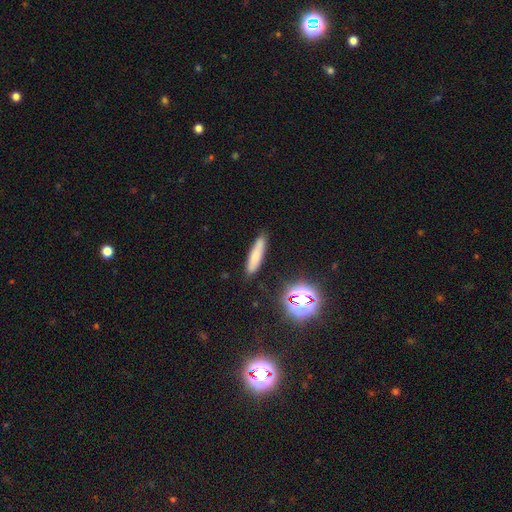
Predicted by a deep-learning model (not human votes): Smooth or featured? Predicted: smooth (p=0.71). How rounded? Predicted: cigar-shaped (p=0.80). Merging? Predicted: none (p=0.83).